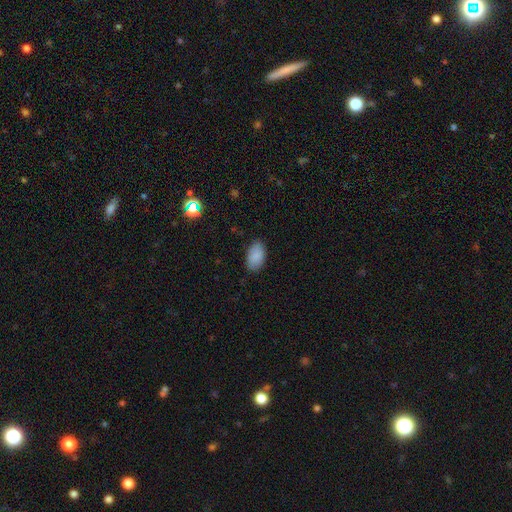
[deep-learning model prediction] The model was most divided on "merging": none: 84%, minor disturbance: 13%, major disturbance: 3%, merger: 1%. More confident: how rounded — in between (94%); smooth or featured — smooth (88%).